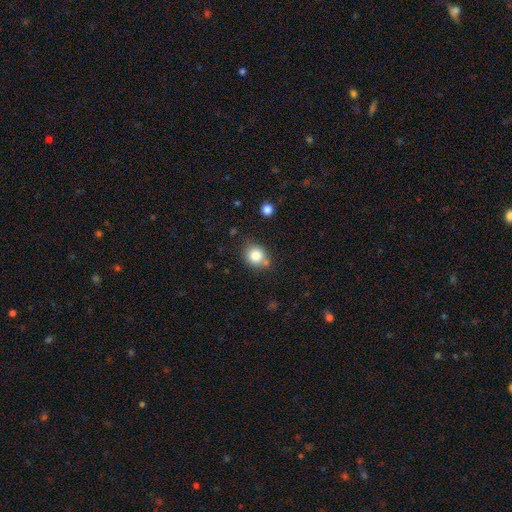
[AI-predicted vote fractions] smooth 81%, star or artifact 11%, featured or disk 8%. Down the decision tree: how rounded — round (80%); merging — none (68%).